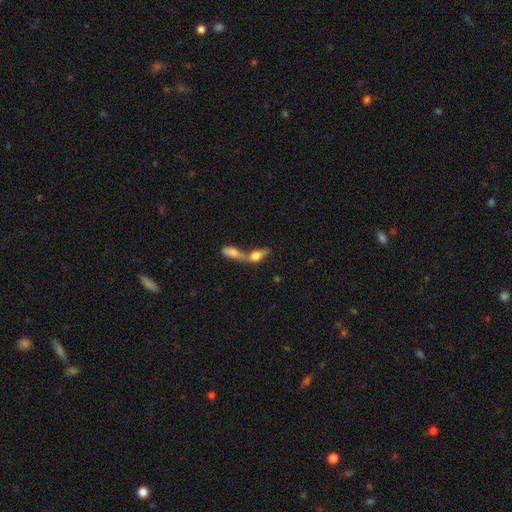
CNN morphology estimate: Q: Smooth or featured?
A: smooth (64%); runner-up: featured or disk (27%)
Q: How rounded?
A: in between (68%); runner-up: cigar-shaped (21%)
Q: Merging?
A: merger (77%); runner-up: none (13%)